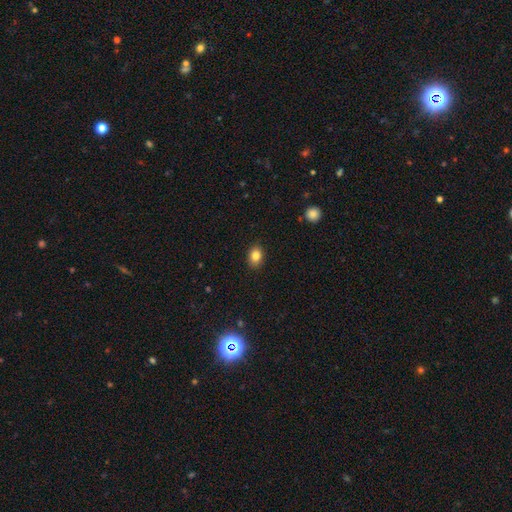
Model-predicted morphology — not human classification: Overall: smooth (83%). How rounded: in between (63%; round 36%). Merging: none (89%).